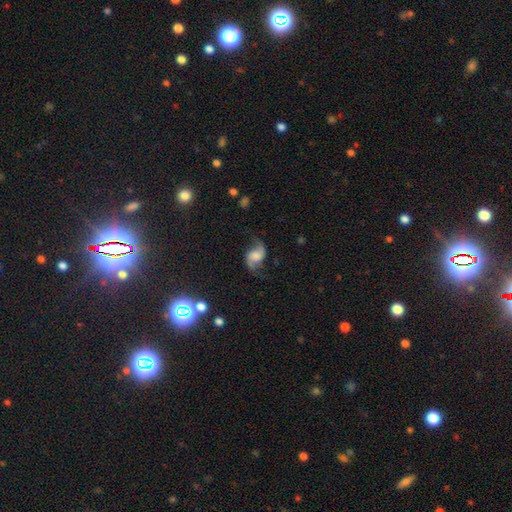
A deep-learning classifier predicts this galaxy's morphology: type=featured or disk (82%); edge-on=no (97%); bar=no (56%); spiral arms=yes (96%); winding=loose (73%); arm count=2 (93%); bulge=moderate (28%); merging=none (73%).